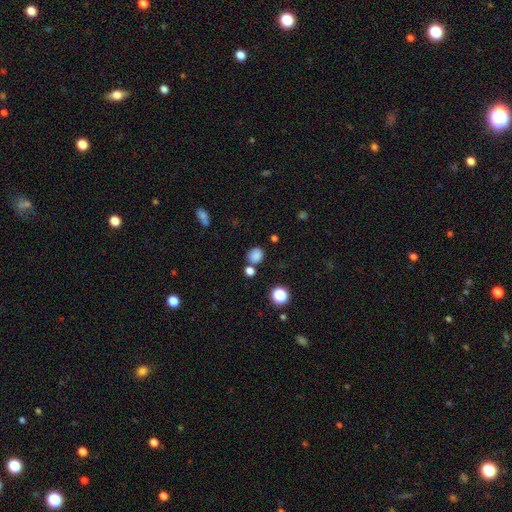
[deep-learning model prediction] Morphology: type=smooth (80%); roundness=round (64%); merging=none (68%).